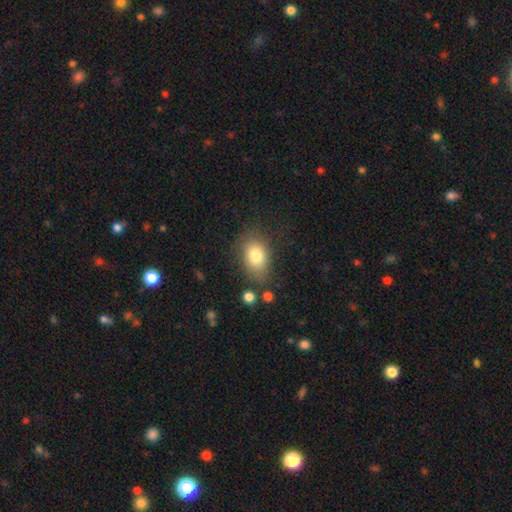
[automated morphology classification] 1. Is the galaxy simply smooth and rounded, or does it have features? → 80% smooth, 11% featured or disk, 9% star or artifact.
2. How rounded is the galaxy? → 78% in between, 21% round, 1% cigar-shaped.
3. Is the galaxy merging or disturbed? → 74% none, 17% minor disturbance, 6% major disturbance, 4% merger.